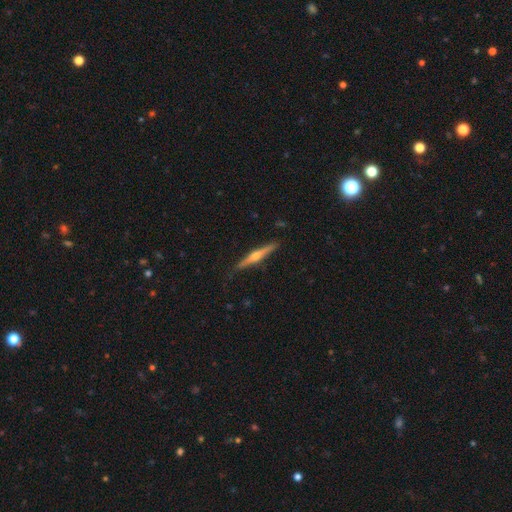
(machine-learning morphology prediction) type=featured or disk (73%); edge-on=yes (98%); edge-on bulge=rounded (92%); merging=none (88%).